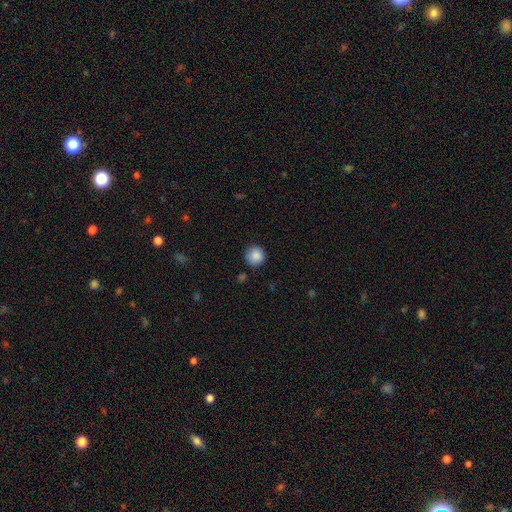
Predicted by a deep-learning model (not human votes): smooth-or-featured: smooth: 87% | star or artifact: 9% | featured or disk: 4%
  how-rounded: round: 92% | in between: 7% | cigar-shaped: 1%
  merging: none: 80% | minor disturbance: 15% | major disturbance: 3% | merger: 2%